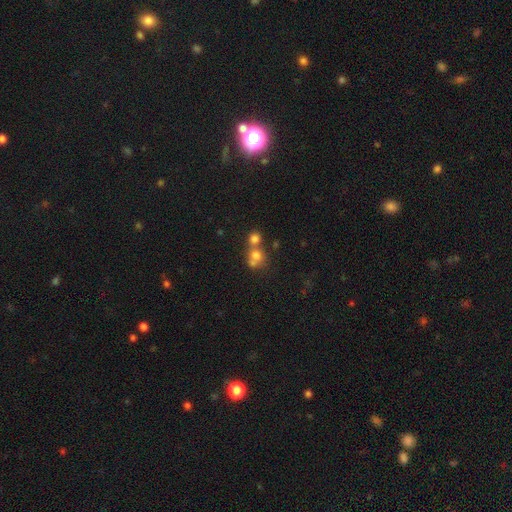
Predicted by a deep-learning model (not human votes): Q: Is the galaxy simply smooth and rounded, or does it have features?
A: smooth — 71%.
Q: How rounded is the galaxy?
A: round — 79%.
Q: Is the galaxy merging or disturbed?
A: merger — 54%.